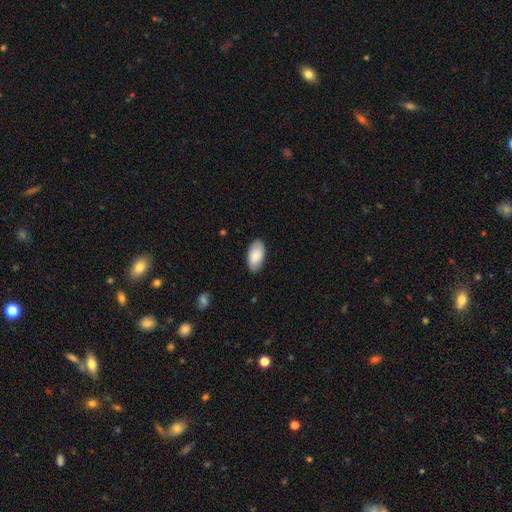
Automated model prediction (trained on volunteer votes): Smooth or featured? smooth (83%)
How rounded? in between (95%)
Merging? none (84%)